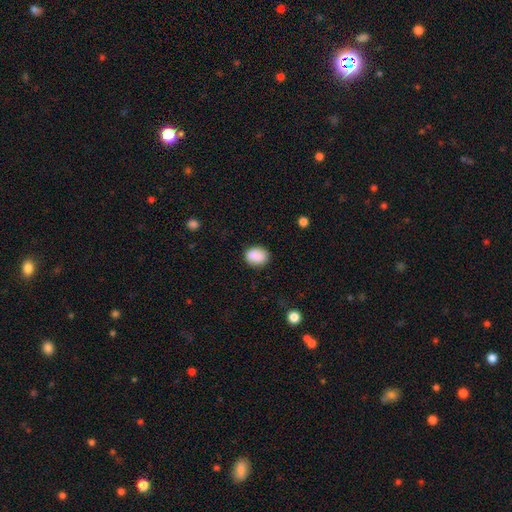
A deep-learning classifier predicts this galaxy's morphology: smooth_or_featured: smooth (p=0.88) [alt: star or artifact p=0.08]
how_rounded: in between (p=0.53) [alt: round p=0.46]
merging: none (p=0.81) [alt: minor disturbance p=0.14]